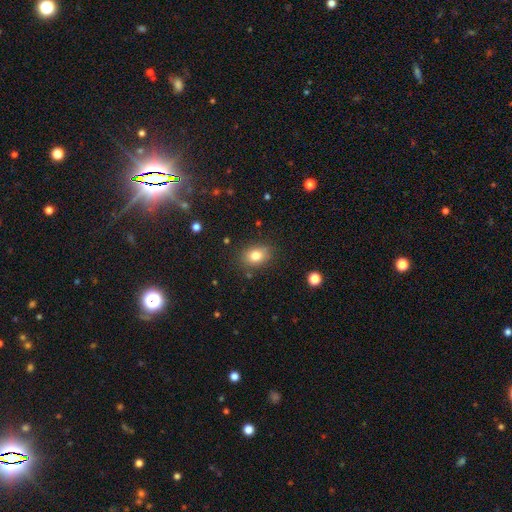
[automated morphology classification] Smooth or featured?
  - smooth: 80% *
  - star or artifact: 11%
  - featured or disk: 10%
How rounded?
  - in between: 63% *
  - round: 36%
  - cigar-shaped: 1%
Merging?
  - none: 82% *
  - minor disturbance: 12%
  - major disturbance: 3%
  - merger: 2%